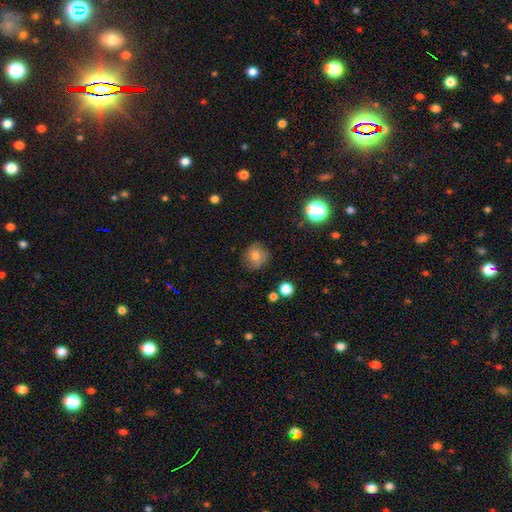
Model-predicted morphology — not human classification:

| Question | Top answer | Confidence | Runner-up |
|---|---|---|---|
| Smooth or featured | smooth | 73% | featured or disk (15%) |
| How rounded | round | 86% | in between (13%) |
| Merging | none | 78% | minor disturbance (16%) |